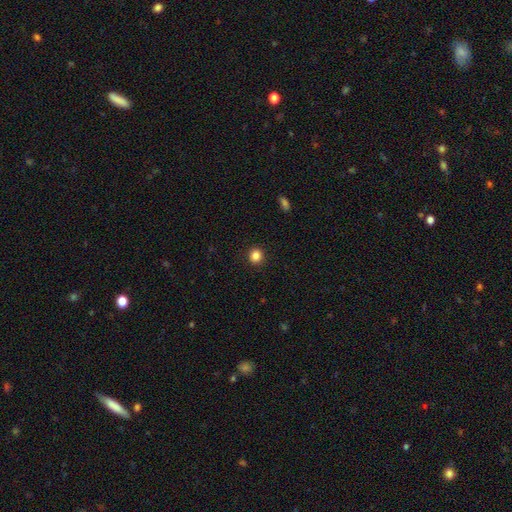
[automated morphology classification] This appears to be a smooth galaxy with no disk features (85%) that is round (90%). Merging: none (92%).